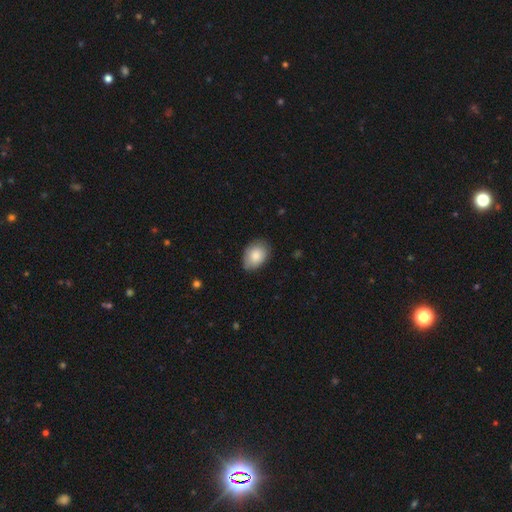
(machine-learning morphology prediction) smooth_or_featured: smooth (p=0.84) [alt: featured or disk p=0.09]
how_rounded: in between (p=0.76) [alt: round p=0.23]
merging: none (p=0.77) [alt: minor disturbance p=0.19]